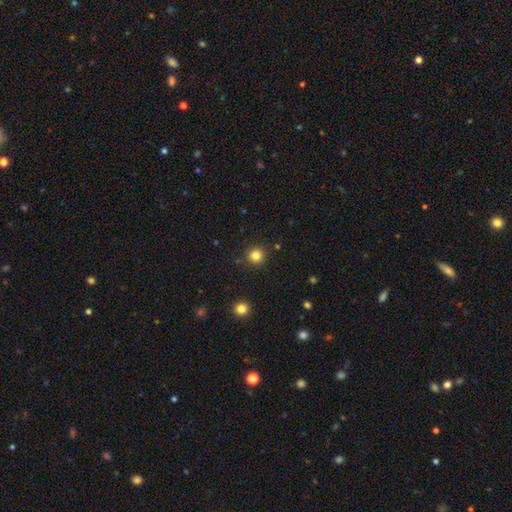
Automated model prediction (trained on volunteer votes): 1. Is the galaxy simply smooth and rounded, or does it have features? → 82% smooth, 13% star or artifact, 5% featured or disk.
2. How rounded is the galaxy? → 94% round, 5% in between, 1% cigar-shaped.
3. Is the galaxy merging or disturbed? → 90% none, 6% minor disturbance, 2% major disturbance, 2% merger.